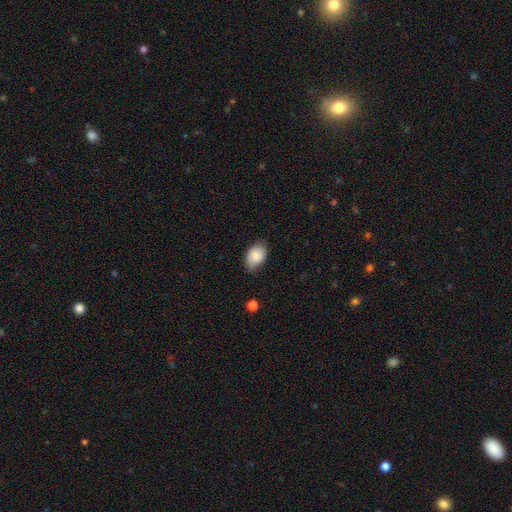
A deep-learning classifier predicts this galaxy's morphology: Overall: smooth (82%). How rounded: in between (82%). Merging: none (66%; minor disturbance 28%).